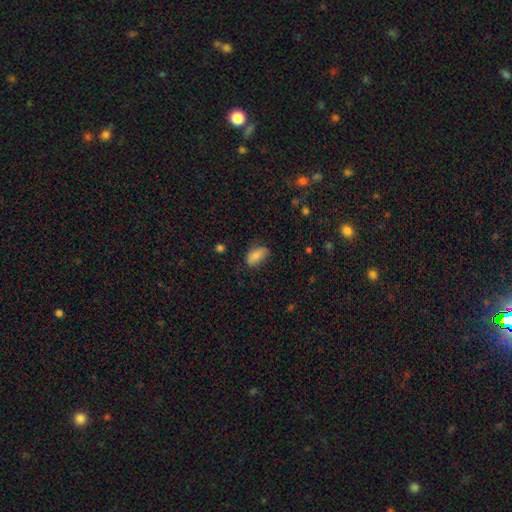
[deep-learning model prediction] Smooth or featured: smooth — 80% (featured or disk — 12%)
How rounded: in between — 91% (round — 6%)
Merging: none — 72% (minor disturbance — 22%)